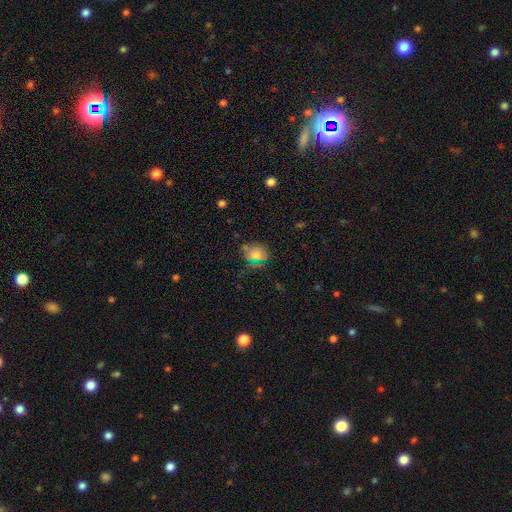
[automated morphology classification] This is likely a smooth galaxy (69%). How rounded: possibly round (58%). Merging: likely none (70%).